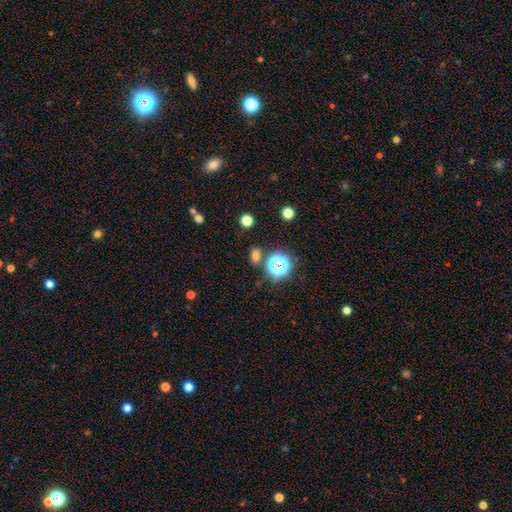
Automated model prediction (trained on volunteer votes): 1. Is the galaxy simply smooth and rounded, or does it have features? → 67% smooth, 25% star or artifact, 7% featured or disk.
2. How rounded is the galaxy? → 55% in between, 43% round, 2% cigar-shaped.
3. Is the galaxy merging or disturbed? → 80% none, 10% minor disturbance, 7% merger, 3% major disturbance.